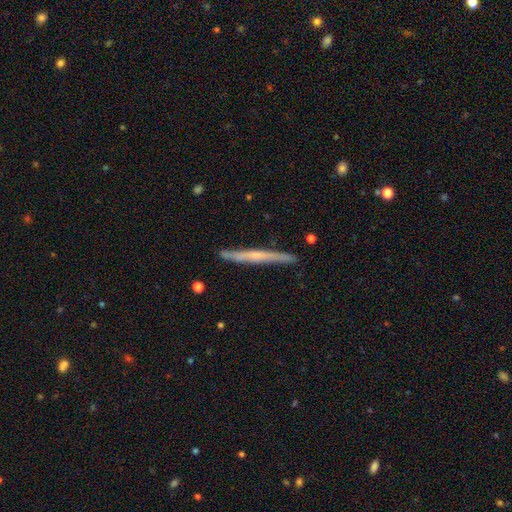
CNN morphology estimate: Smooth or featured? featured or disk (60%)
Edge-on disk? yes (97%)
Edge-on bulge? none (58%)
Merging? none (88%)